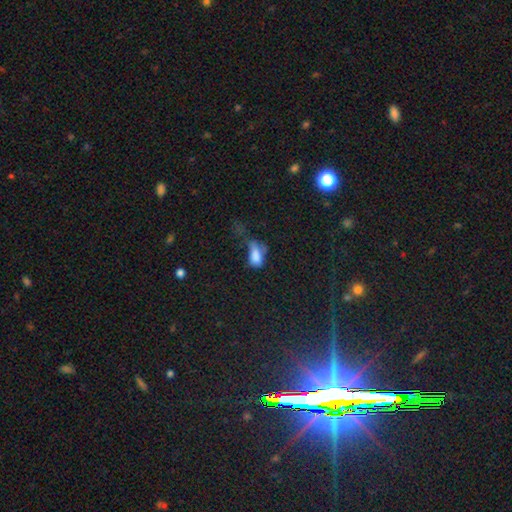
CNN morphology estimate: type=smooth (72%); roundness=in between (85%); merging=major disturbance (47%).